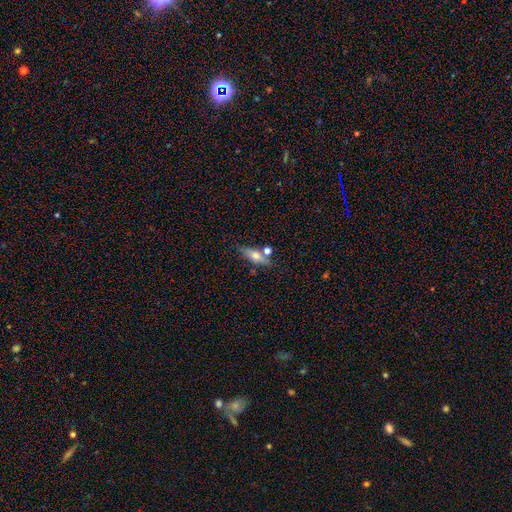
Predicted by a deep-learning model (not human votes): smooth 57%, featured or disk 35%, star or artifact 8%. Down the decision tree: how rounded — in between (51%); merging — none (66%).